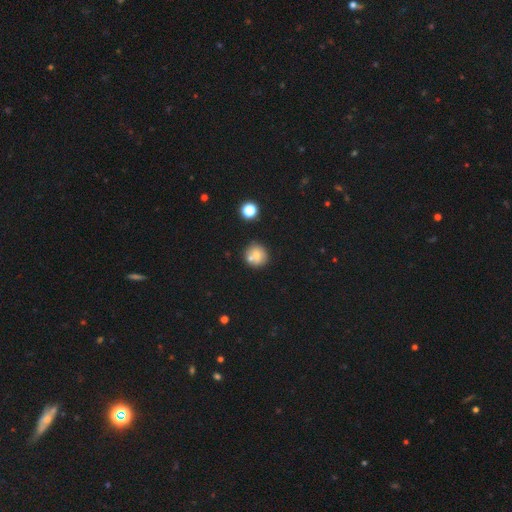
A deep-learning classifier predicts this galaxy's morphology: Smooth or featured: smooth — 67% (featured or disk — 21%)
How rounded: round — 89% (in between — 10%)
Merging: none — 63% (merger — 22%)